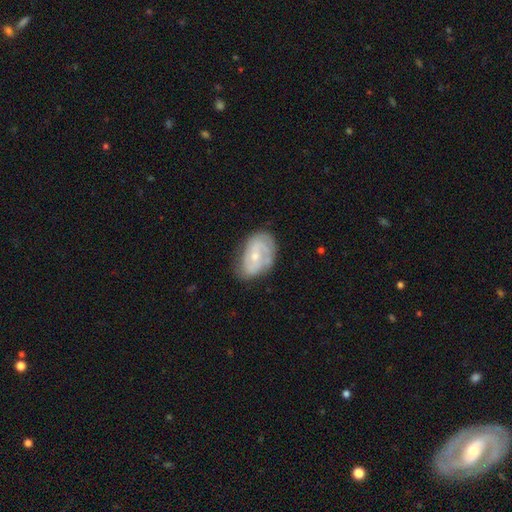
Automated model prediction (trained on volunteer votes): This appears to be a featured or disk galaxy (65%) with no bar (61%), spiral arms (77%) and a small central bulge (61%). Merging: none (62%).